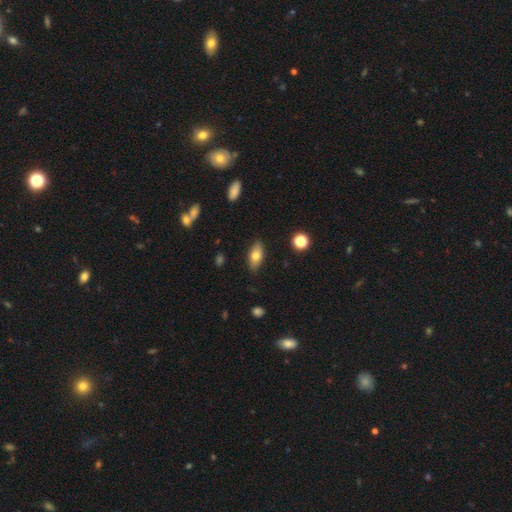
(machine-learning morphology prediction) smooth-or-featured: smooth: 72% | featured or disk: 21% | star or artifact: 8%
  how-rounded: in between: 83% | cigar-shaped: 13% | round: 4%
  merging: none: 86% | minor disturbance: 10% | major disturbance: 2% | merger: 1%